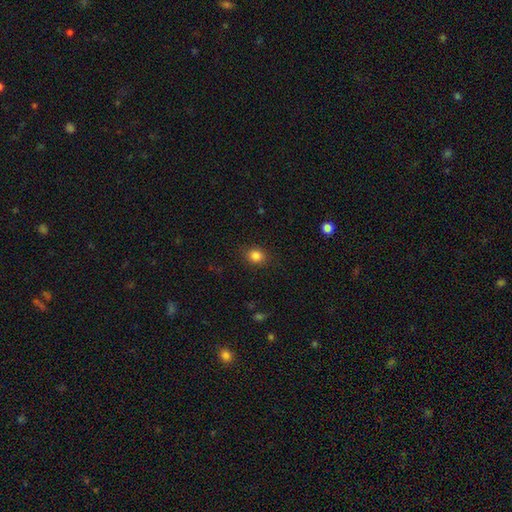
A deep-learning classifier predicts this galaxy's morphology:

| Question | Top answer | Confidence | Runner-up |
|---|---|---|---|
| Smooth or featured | smooth | 84% | star or artifact (11%) |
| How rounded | round | 70% | in between (29%) |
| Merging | none | 88% | minor disturbance (8%) |